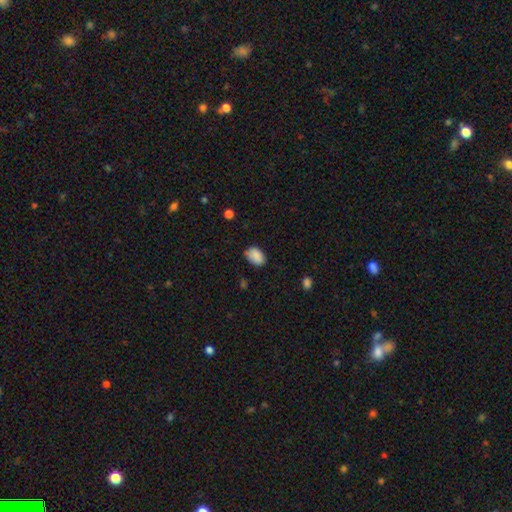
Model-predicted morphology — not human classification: smooth-or-featured: smooth: 88% | star or artifact: 8% | featured or disk: 4%
  how-rounded: in between: 81% | round: 18% | cigar-shaped: 1%
  merging: none: 76% | minor disturbance: 19% | major disturbance: 3% | merger: 1%